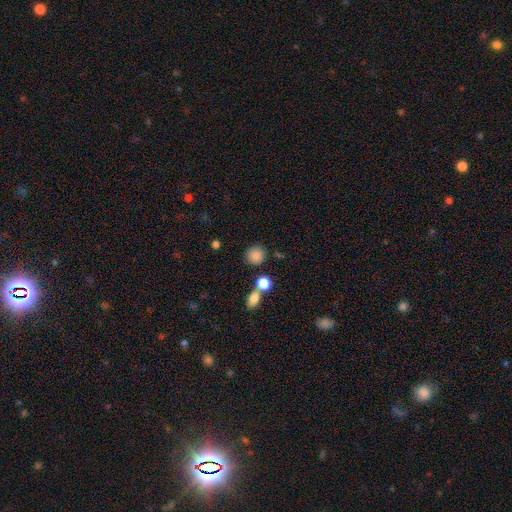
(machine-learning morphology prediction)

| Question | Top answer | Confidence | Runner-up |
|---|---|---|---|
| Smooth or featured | smooth | 84% | star or artifact (10%) |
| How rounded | round | 88% | in between (11%) |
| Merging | none | 76% | merger (12%) |